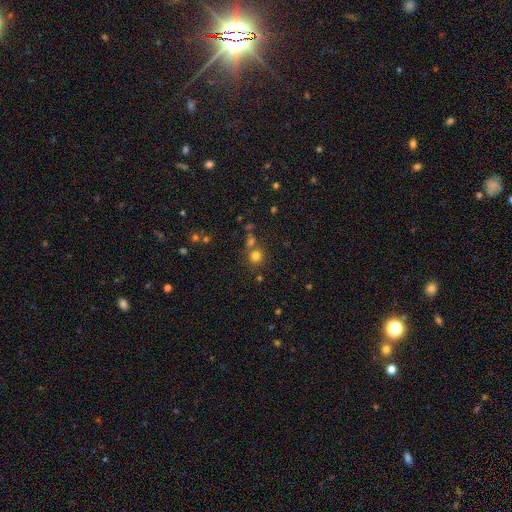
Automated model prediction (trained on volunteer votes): A smooth galaxy with no disk features (75%) that is round (89%).

Vote fractions:
- Smooth or featured? smooth: 75% / star or artifact: 18% / featured or disk: 7%
- How rounded? round: 89% / in between: 10% / cigar-shaped: 1%
- Merging? none: 67% / merger: 21% / minor disturbance: 8% / major disturbance: 4%